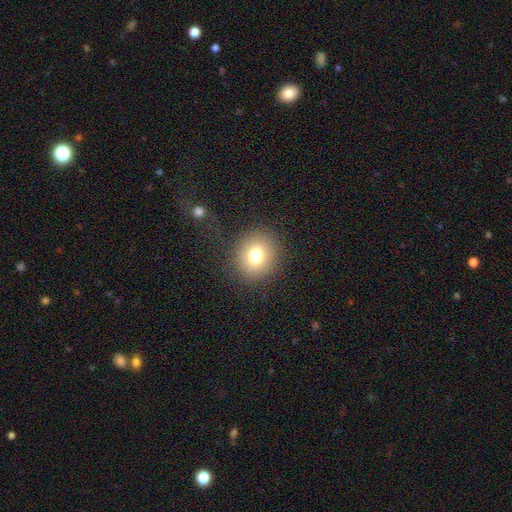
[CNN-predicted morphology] Q: Smooth or featured?
A: smooth (74%); runner-up: star or artifact (14%)
Q: How rounded?
A: round (80%); runner-up: in between (20%)
Q: Merging?
A: none (85%); runner-up: minor disturbance (8%)